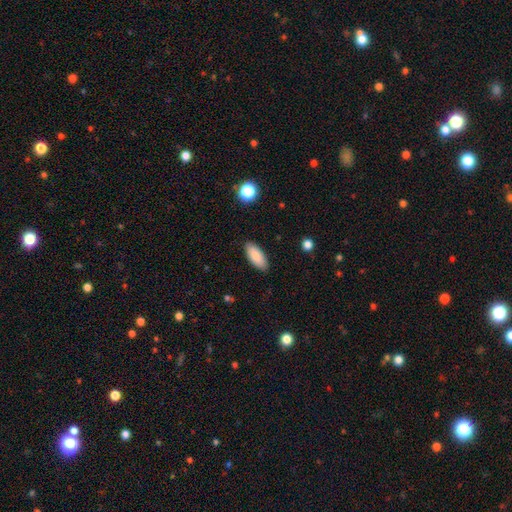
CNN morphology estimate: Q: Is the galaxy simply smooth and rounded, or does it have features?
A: smooth — 88%.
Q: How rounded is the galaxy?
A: in between — 84%.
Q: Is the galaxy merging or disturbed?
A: none — 88%.